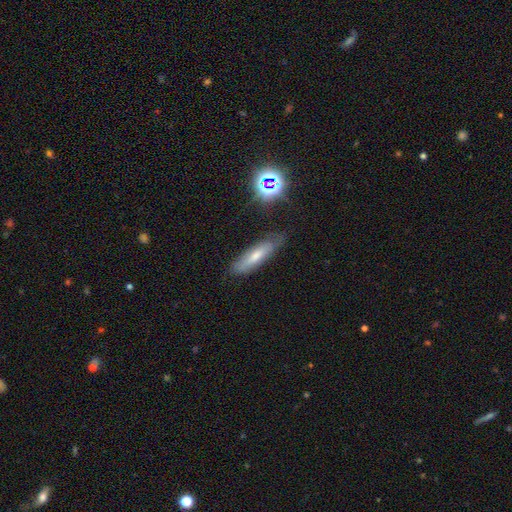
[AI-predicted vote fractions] Overall: smooth (52%; featured or disk 34%). How rounded: cigar-shaped (70%). Merging: none (75%).